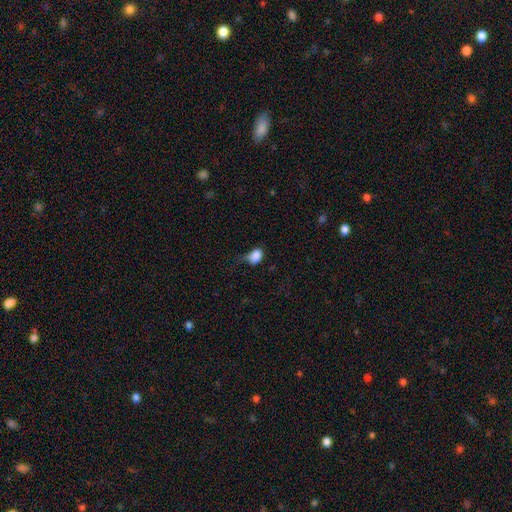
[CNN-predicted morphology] Smooth or featured?
  - smooth: 84% *
  - star or artifact: 9%
  - featured or disk: 7%
How rounded?
  - in between: 67% *
  - round: 31%
  - cigar-shaped: 2%
Merging?
  - minor disturbance: 38% *
  - none: 33%
  - major disturbance: 25%
  - merger: 4%